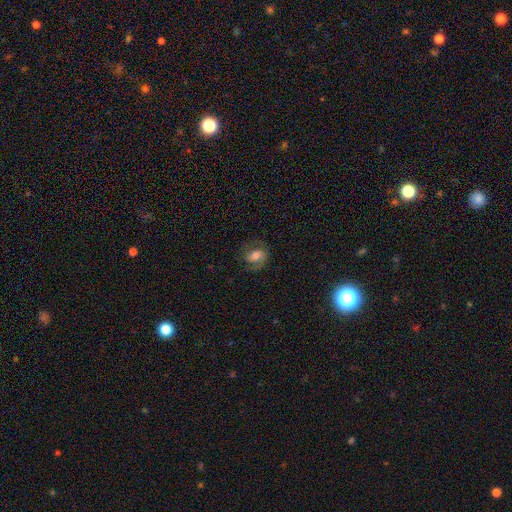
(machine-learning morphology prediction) smooth_or_featured: featured or disk (p=0.53) [alt: smooth p=0.38]
disk_edge_on: no (p=0.96) [alt: yes p=0.04]
bar: no (p=0.45) [alt: weak p=0.39]
has_spiral_arms: yes (p=0.85) [alt: no p=0.15]
bulge_size: moderate (p=0.61) [alt: large p=0.18]
merging: none (p=0.68) [alt: minor disturbance p=0.19]